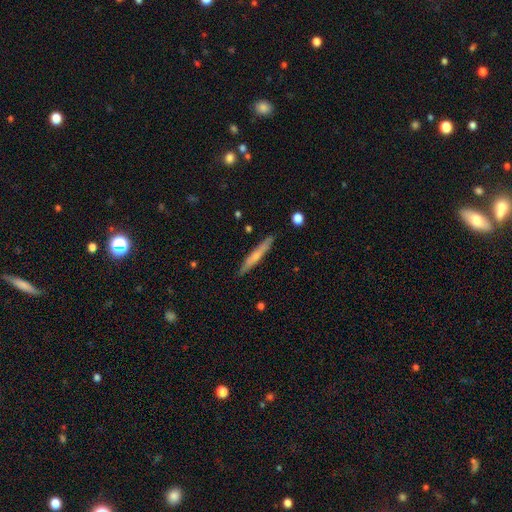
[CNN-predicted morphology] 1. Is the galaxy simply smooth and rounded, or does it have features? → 51% smooth, 44% featured or disk, 6% star or artifact.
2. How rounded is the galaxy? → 95% cigar-shaped, 4% in between, 1% round.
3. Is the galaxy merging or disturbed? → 89% none, 8% minor disturbance, 1% major disturbance, 1% merger.